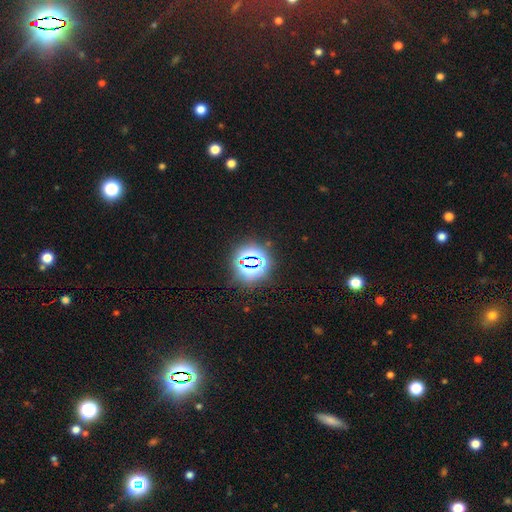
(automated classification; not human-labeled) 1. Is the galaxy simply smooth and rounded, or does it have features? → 78% star or artifact, 15% smooth, 7% featured or disk.